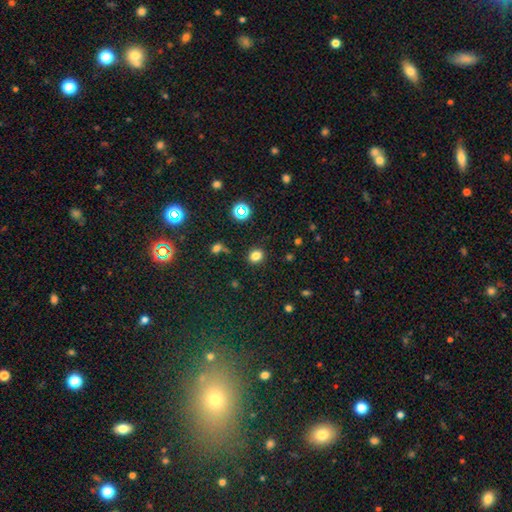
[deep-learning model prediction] Overall: smooth (79%). How rounded: round (67%; in between 32%). Merging: none (87%).